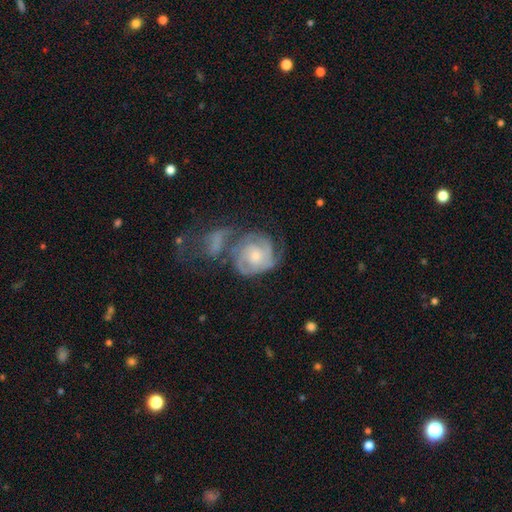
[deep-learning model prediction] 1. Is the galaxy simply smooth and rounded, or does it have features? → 78% featured or disk, 16% smooth, 6% star or artifact.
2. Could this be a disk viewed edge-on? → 98% no, 2% yes.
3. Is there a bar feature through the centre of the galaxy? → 73% no, 22% weak, 4% strong.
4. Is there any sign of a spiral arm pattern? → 91% yes, 9% no.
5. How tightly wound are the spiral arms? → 62% tight, 29% medium, 9% loose.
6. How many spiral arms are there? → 31% can't tell, 29% 2, 23% 3, 7% 4, 6% 1, 4% more than 4.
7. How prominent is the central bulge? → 53% small, 39% moderate, 3% none, 3% large, 1% dominant.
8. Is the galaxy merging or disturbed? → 34% none, 32% merger, 17% major disturbance, 17% minor disturbance.